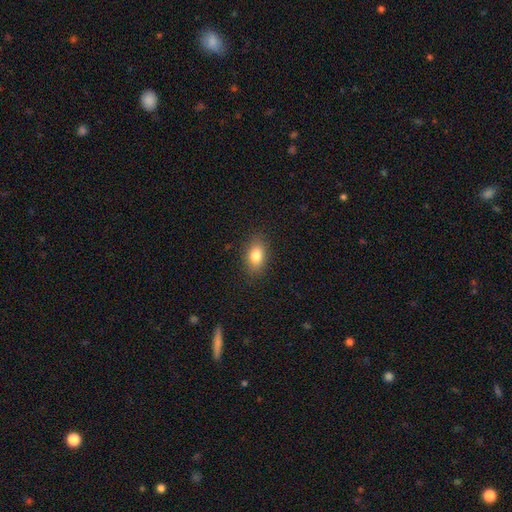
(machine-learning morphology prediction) A smooth galaxy with no disk features (83%) that is in between round and cigar-shaped (86%). Merging: none (86%).